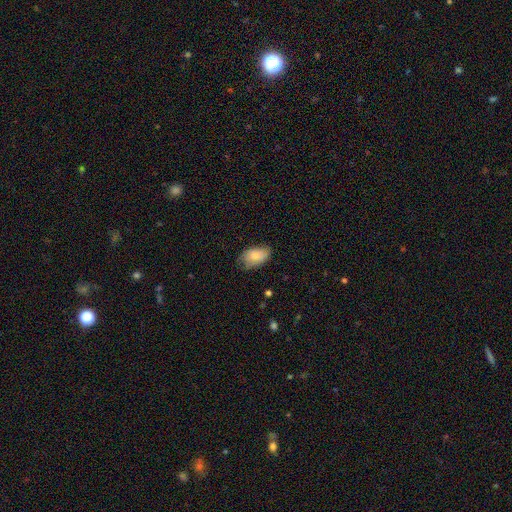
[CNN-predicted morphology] A smooth galaxy with no disk features (79%) that is in between round and cigar-shaped (92%). Merging: none (61%).